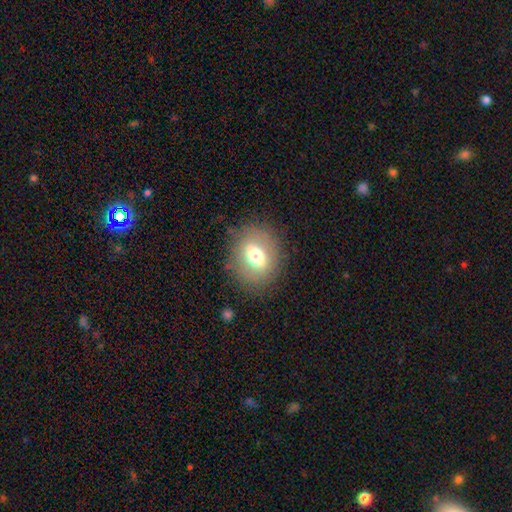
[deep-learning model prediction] smooth 57%, featured or disk 32%, star or artifact 10%. Down the decision tree: how rounded — round (60%); merging — none (80%).